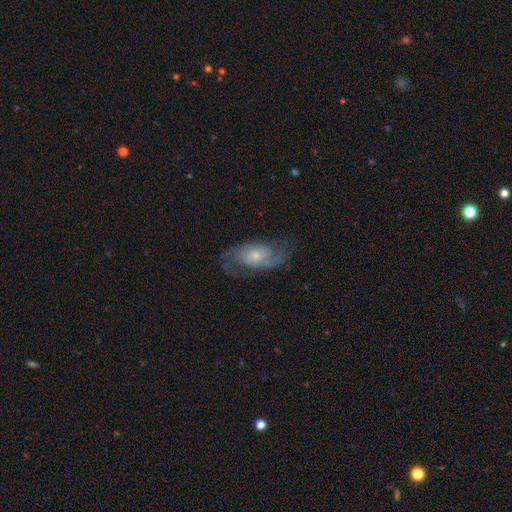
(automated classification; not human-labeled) Smooth or featured?
  - featured or disk: 75% *
  - smooth: 18%
  - star or artifact: 7%
Edge-on disk?
  - no: 94% *
  - yes: 6%
Bar?
  - no: 64% *
  - weak: 31%
  - strong: 6%
Spiral arms?
  - yes: 92% *
  - no: 8%
Spiral winding?
  - medium: 46% *
  - loose: 35%
  - tight: 19%
Spiral arm count?
  - 2: 85% *
  - can't tell: 8%
  - 1: 2%
  - 3: 2%
  - 4: 1%
  - more than 4: 1%
Bulge size?
  - moderate: 45% * (tied)
  - small: 45% * (tied)
  - large: 5%
  - none: 4%
  - dominant: 1%
Merging?
  - none: 70% *
  - minor disturbance: 18%
  - major disturbance: 11%
  - merger: 1%